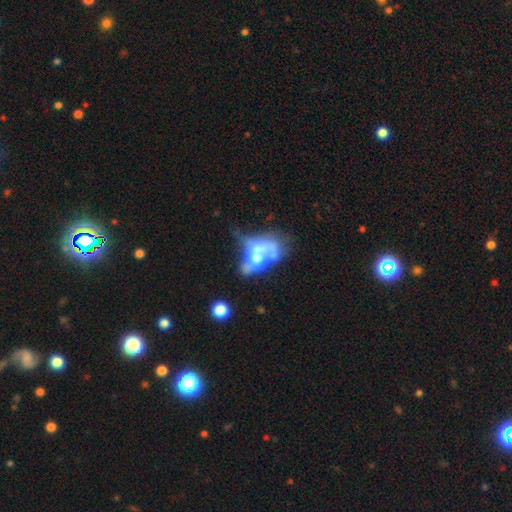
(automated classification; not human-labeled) This is possibly a featured or disk galaxy (58%). It is clearly not viewed edge-on (95%). Bar: clearly no (85%). Spiral arm pattern: clearly no (85%). Central bulge: possibly moderate (46%). Merging: possibly merger (46%).